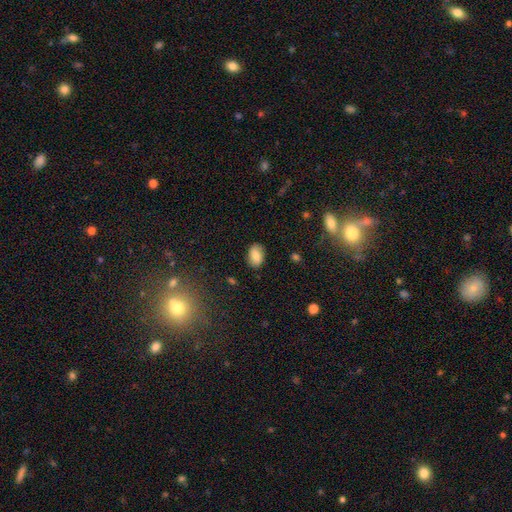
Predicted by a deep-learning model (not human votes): Overall: smooth (81%). How rounded: in between (87%). Merging: none (86%).